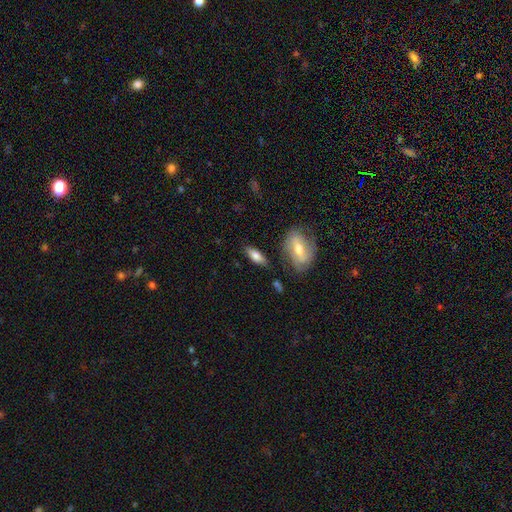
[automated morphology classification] smooth 71%, featured or disk 22%, star or artifact 7%. Down the decision tree: how rounded — in between (68%); merging — none (79%).